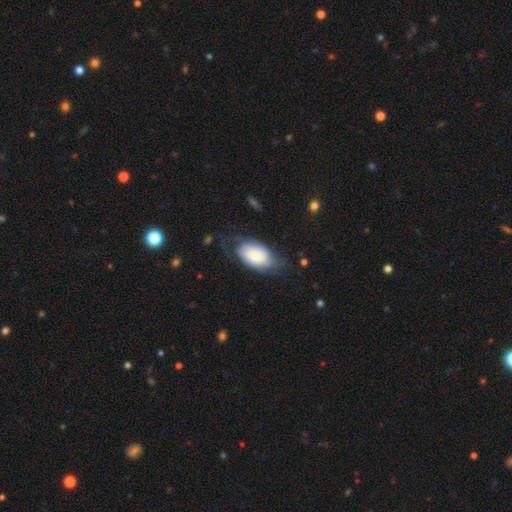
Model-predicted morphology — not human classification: A smooth galaxy with no disk features (52%) that is in between round and cigar-shaped (92%). Merging: none (48%).